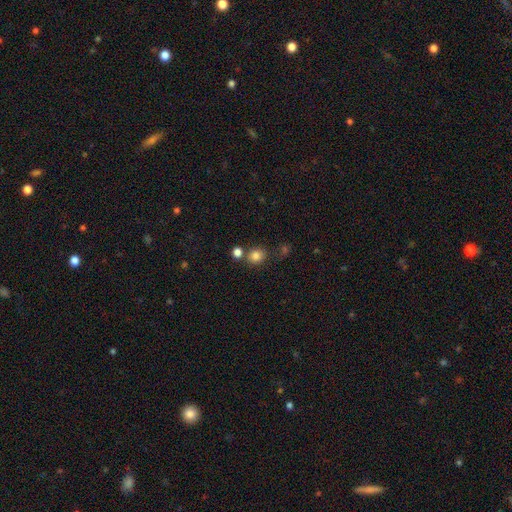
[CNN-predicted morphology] The model was most divided on "how rounded": round: 70%, in between: 29%, cigar-shaped: 1%. More confident: smooth or featured — smooth (81%); merging — none (68%).